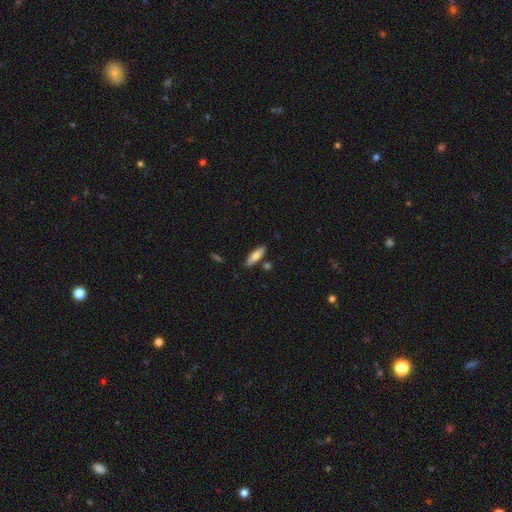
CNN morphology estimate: Smooth or featured: smooth — 70% (featured or disk — 24%)
How rounded: cigar-shaped — 51% (in between — 47%)
Merging: none — 81% (minor disturbance — 11%)